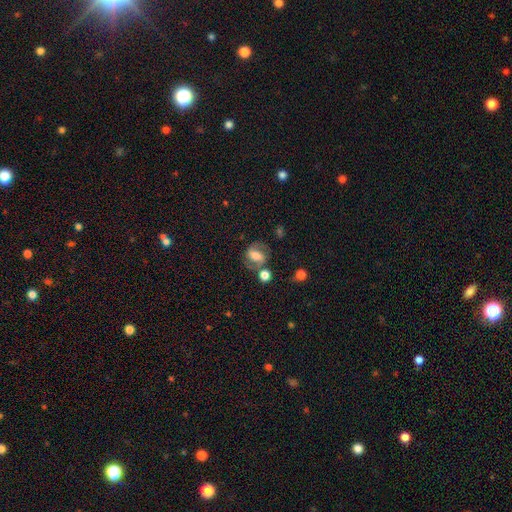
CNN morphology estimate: A featured or disk galaxy (51%).

Vote fractions:
- Smooth or featured? featured or disk: 51% / smooth: 39% / star or artifact: 9%
- Edge-on disk? no: 95% / yes: 5%
- Merging? none: 61% / minor disturbance: 16% / merger: 14% / major disturbance: 9%